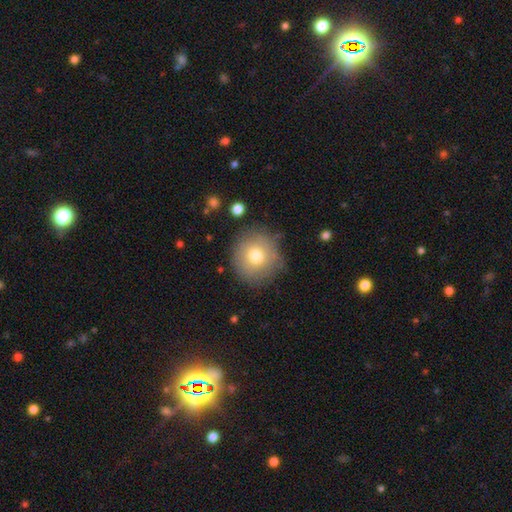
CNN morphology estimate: This is likely a smooth galaxy (75%). How rounded: clearly round (93%). Merging: clearly none (81%).